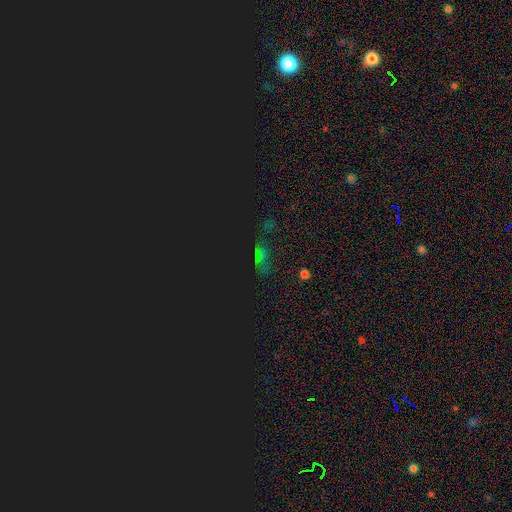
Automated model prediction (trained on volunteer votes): This appears to be a star or artifact, not a galaxy (75%).